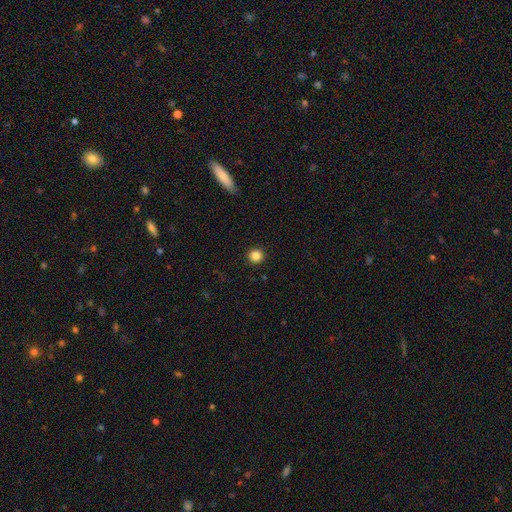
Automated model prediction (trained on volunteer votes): smooth-or-featured: smooth: 85% | star or artifact: 11% | featured or disk: 4%
  how-rounded: round: 95% | in between: 4% | cigar-shaped: 1%
  merging: none: 93% | minor disturbance: 4% | major disturbance: 2% | merger: 1%